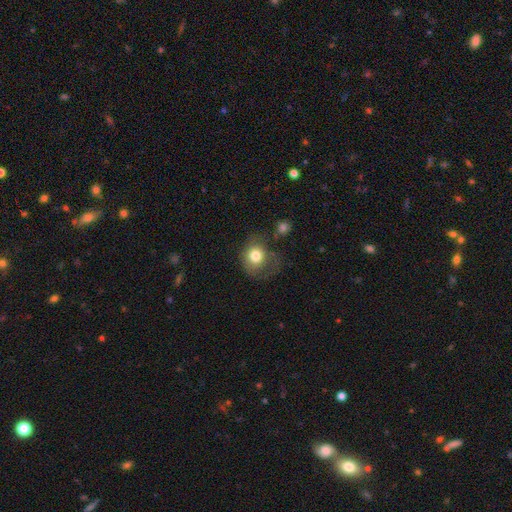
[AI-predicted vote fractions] This is likely a smooth galaxy (77%). How rounded: likely round (68%). Merging: marginally none (44%).